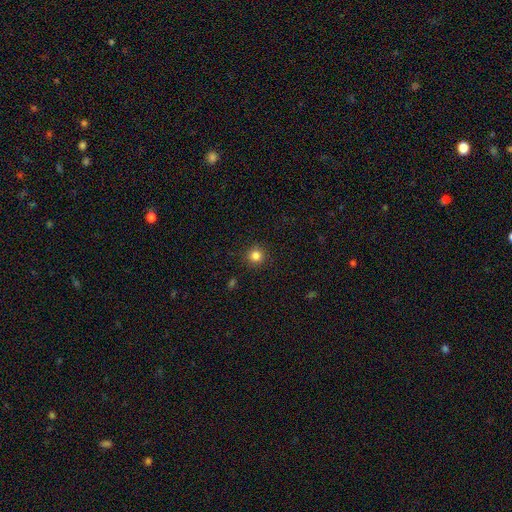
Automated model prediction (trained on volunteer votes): This appears to be a smooth galaxy with no disk features (83%) that is round (94%). Merging: none (91%).